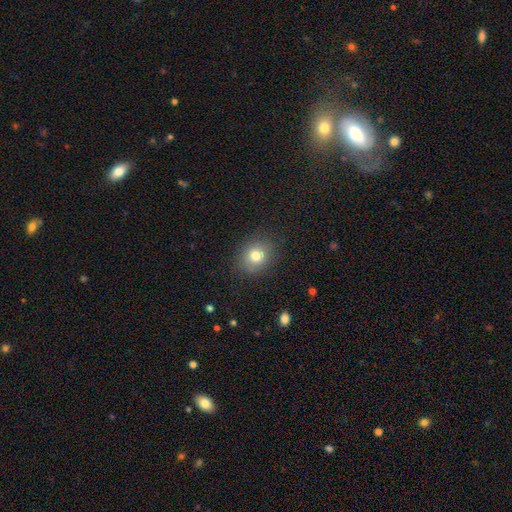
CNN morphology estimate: This is likely a smooth galaxy (77%). How rounded: likely round (71%). Merging: clearly none (83%).